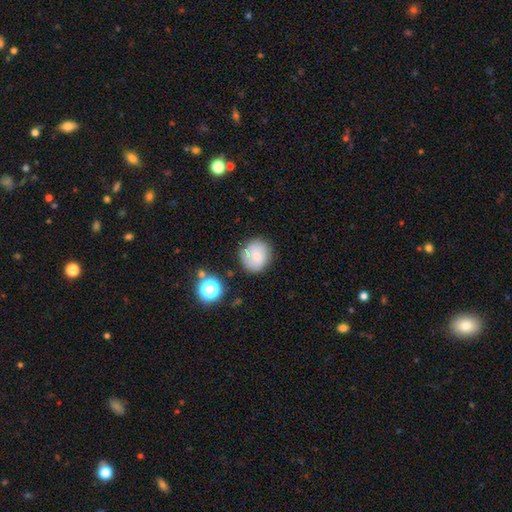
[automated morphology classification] Smooth or featured? Predicted: smooth (p=0.67). How rounded? Predicted: round (p=0.81). Merging? Predicted: none (p=0.69).